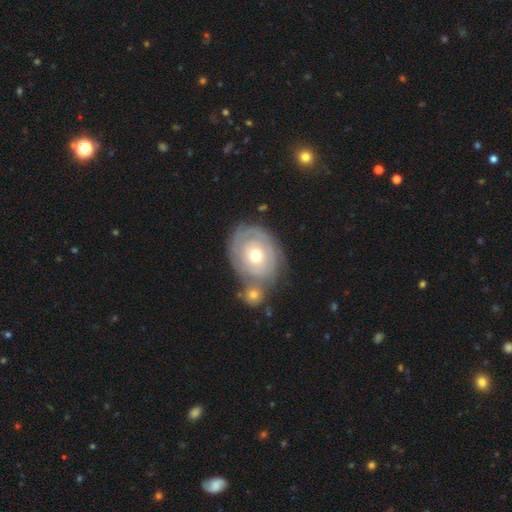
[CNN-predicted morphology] A featured or disk galaxy (70%) with no bar (87%), tight (82%) spiral arms (76%) and a moderate central bulge (61%).

Vote fractions:
- Smooth or featured? featured or disk: 70% / smooth: 24% / star or artifact: 6%
- Edge-on disk? no: 96% / yes: 4%
- Bar? no: 87% / weak: 11% / strong: 3%
- Spiral arms? yes: 76% / no: 24%
- Spiral winding? tight: 82% / medium: 13% / loose: 5%
- Spiral arm count? can't tell: 52% / 2: 20% / 3: 11% / 1: 8% / 4: 5% / more than 4: 4%
- Bulge size? moderate: 61% / small: 32% / large: 5% / dominant: 1% / none: 1%
- Merging? none: 47% / merger: 32% / minor disturbance: 15% / major disturbance: 7%